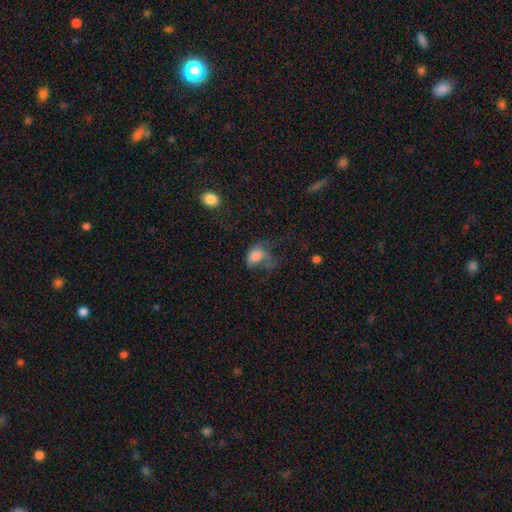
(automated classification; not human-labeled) Q: Smooth or featured?
A: smooth (64%); runner-up: featured or disk (25%)
Q: How rounded?
A: in between (71%); runner-up: round (28%)
Q: Merging?
A: major disturbance (55%); runner-up: none (21%)